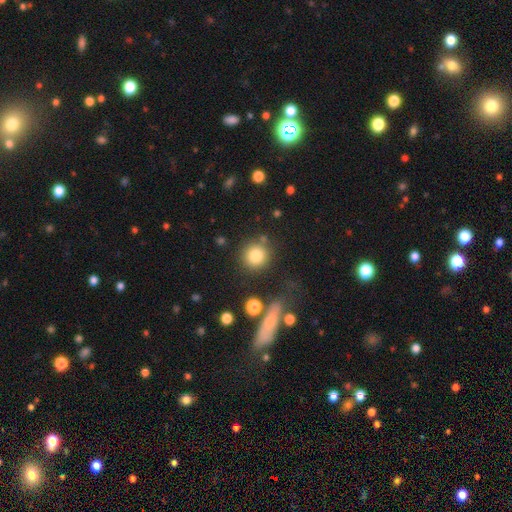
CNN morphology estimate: smooth-or-featured: smooth: 82% | star or artifact: 10% | featured or disk: 8%
  how-rounded: round: 91% | in between: 8% | cigar-shaped: 1%
  merging: none: 79% | minor disturbance: 10% | merger: 7% | major disturbance: 5%